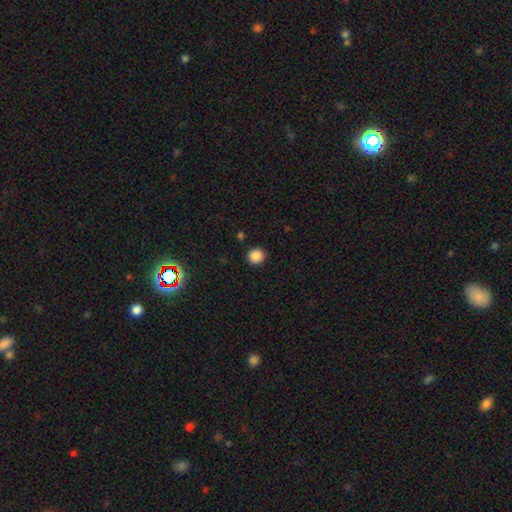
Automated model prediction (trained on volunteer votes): Smooth or featured? Predicted: smooth (p=0.86). How rounded? Predicted: round (p=0.93). Merging? Predicted: none (p=0.90).